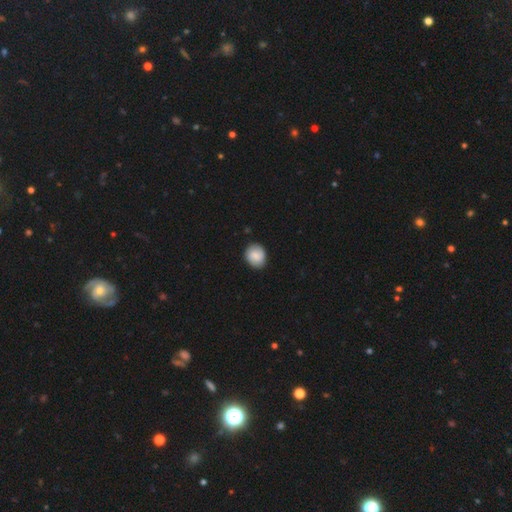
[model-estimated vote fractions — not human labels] This appears to be a smooth galaxy with no disk features (80%) that is round (69%). Merging: none (85%).